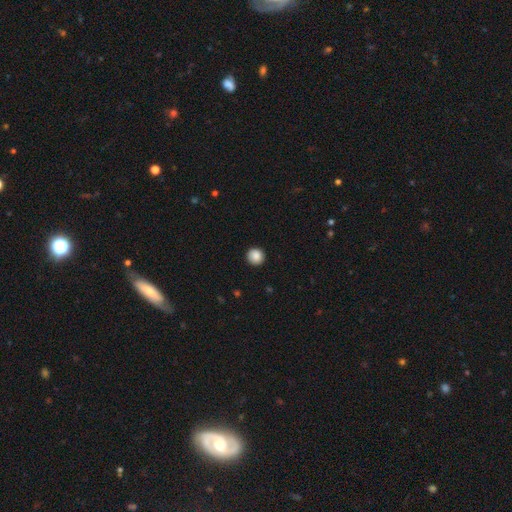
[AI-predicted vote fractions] The model was most divided on "smooth or featured": smooth: 88%, star or artifact: 9%, featured or disk: 3%. More confident: how rounded — round (94%); merging — none (91%).